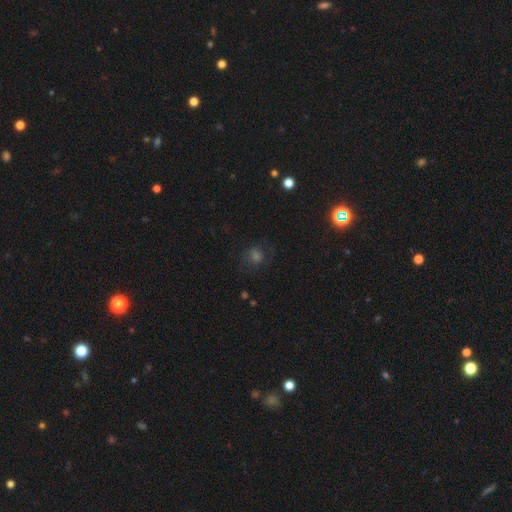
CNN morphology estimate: The model was most divided on "smooth or featured": smooth: 47%, star or artifact: 35%, featured or disk: 18%. More confident: merging — none (75%).